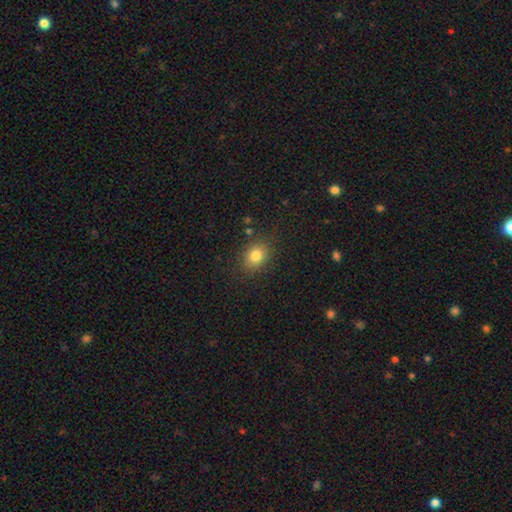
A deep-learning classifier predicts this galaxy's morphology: This appears to be a smooth galaxy with no disk features (81%) that is round (50%). Merging: none (83%).